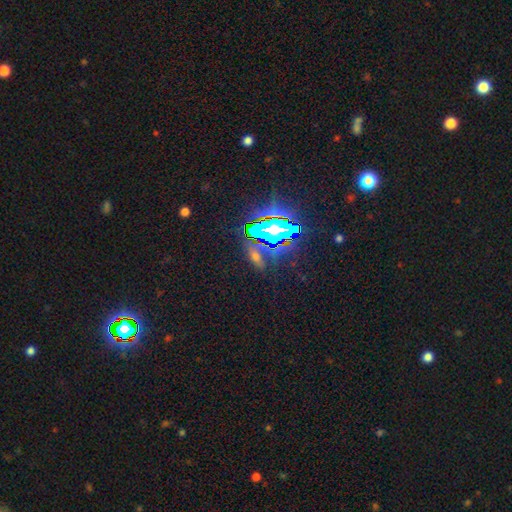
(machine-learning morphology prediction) A star or artifact, not a galaxy (50%).

Vote fractions:
- Smooth or featured? star or artifact: 50% / smooth: 30% / featured or disk: 20%